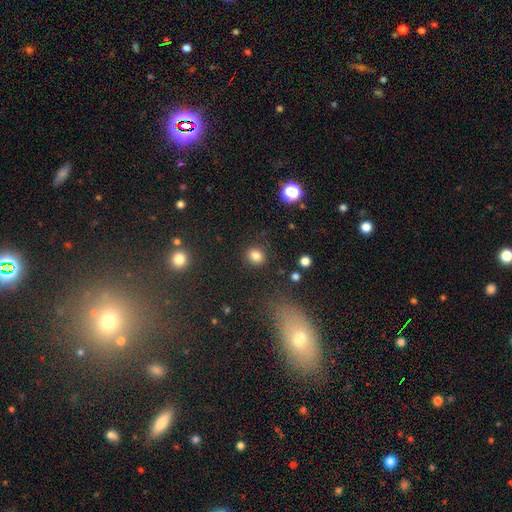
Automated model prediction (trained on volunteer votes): This appears to be a smooth galaxy with no disk features (83%) that is round (72%). Merging: none (87%).